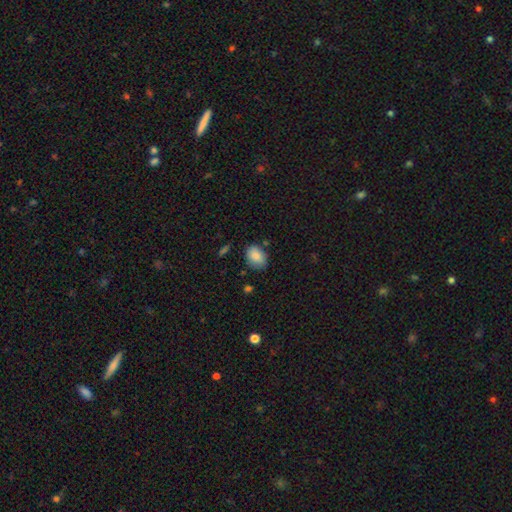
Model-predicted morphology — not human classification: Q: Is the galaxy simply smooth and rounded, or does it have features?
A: smooth — 86%.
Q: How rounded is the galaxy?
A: in between — 68%.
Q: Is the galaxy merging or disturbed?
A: none — 76%.